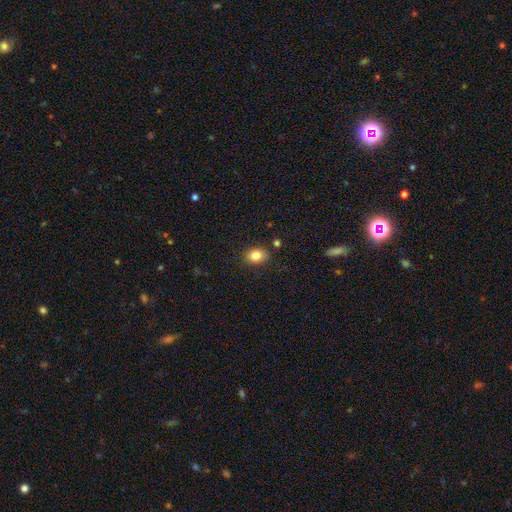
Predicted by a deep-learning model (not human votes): Smooth or featured? smooth (83%)
How rounded? in between (66%)
Merging? none (84%)